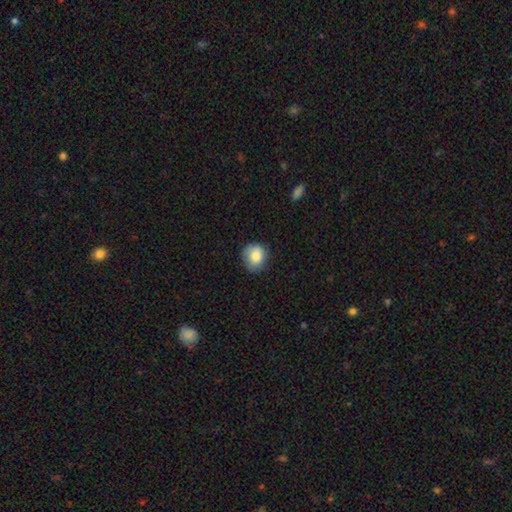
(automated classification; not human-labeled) smooth 84%, star or artifact 8%, featured or disk 8%. Down the decision tree: how rounded — round (80%); merging — none (75%).